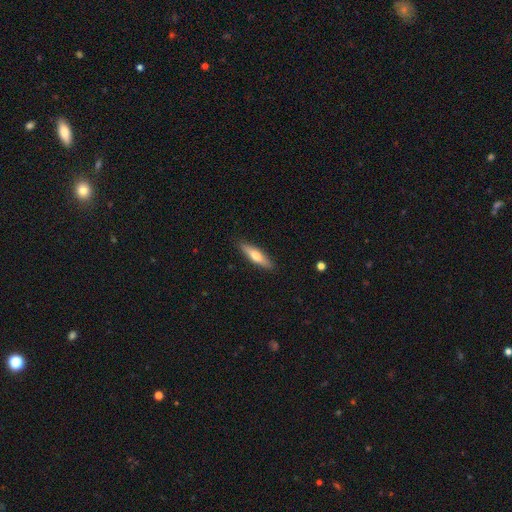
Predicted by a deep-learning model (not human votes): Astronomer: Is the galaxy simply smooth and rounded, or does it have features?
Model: smooth — 60% (runner-up: featured or disk, 35%).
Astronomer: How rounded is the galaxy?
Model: cigar-shaped — 71%.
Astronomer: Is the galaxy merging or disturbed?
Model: none — 89%.